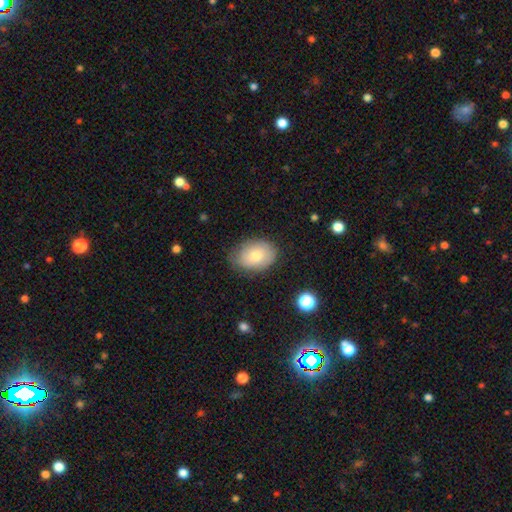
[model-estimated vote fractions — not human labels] This appears to be a smooth galaxy with no disk features (75%) that is in between round and cigar-shaped (77%). Merging: none (74%).